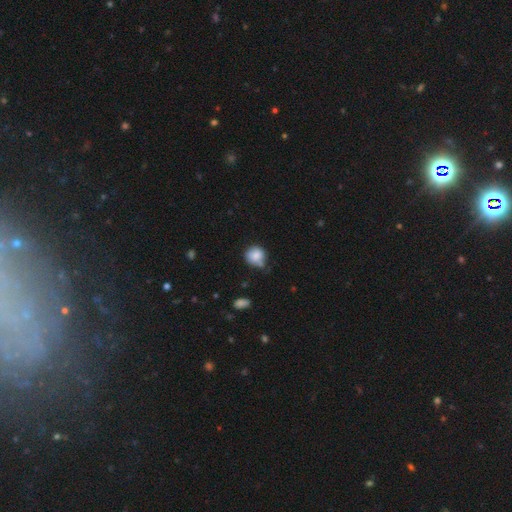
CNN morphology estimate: Smooth or featured? smooth (82%)
How rounded? round (83%)
Merging? none (54%)